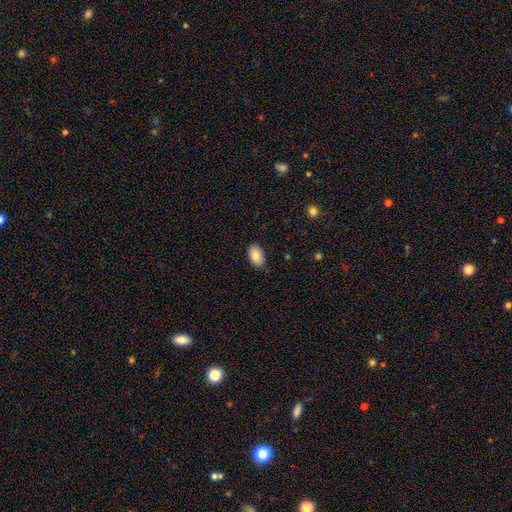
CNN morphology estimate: A smooth galaxy with no disk features (84%) that is in between round and cigar-shaped (94%). Merging: none (83%).